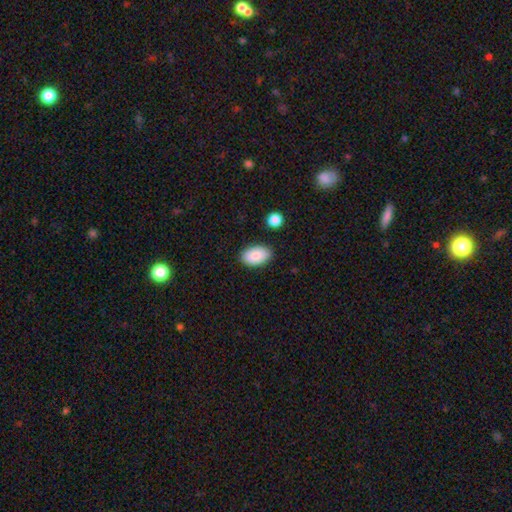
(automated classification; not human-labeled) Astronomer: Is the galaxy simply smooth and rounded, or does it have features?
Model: smooth — 86%.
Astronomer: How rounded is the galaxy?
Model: in between — 92%.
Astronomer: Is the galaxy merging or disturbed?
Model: none — 85%.